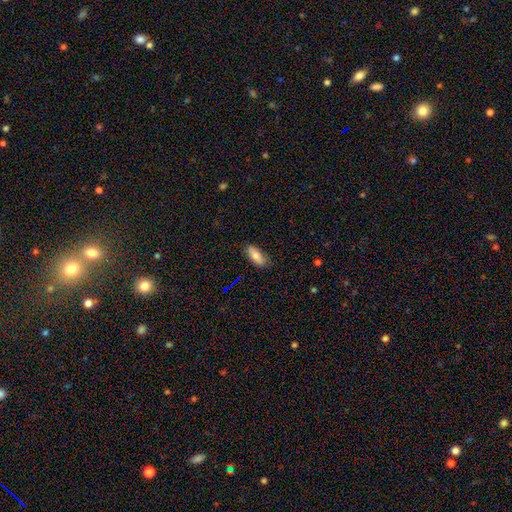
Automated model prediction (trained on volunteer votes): The model was most divided on "merging": none: 79%, minor disturbance: 16%, major disturbance: 3%, merger: 1%. More confident: how rounded — in between (81%); smooth or featured — smooth (80%).